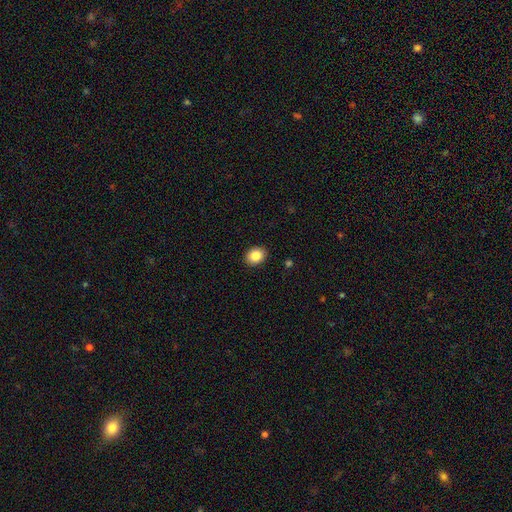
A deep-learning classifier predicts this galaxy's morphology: The model was most divided on "how rounded": in between: 53%, round: 46%, cigar-shaped: 1%. More confident: merging — none (90%); smooth or featured — smooth (86%).